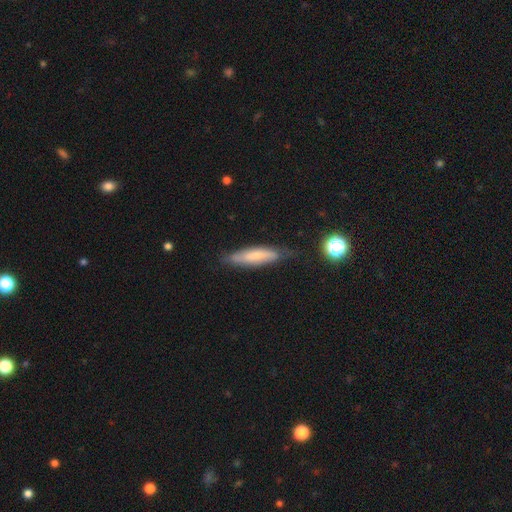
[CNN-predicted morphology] smooth 60%, featured or disk 32%, star or artifact 7%. Down the decision tree: how rounded — cigar-shaped (74%); merging — none (68%).